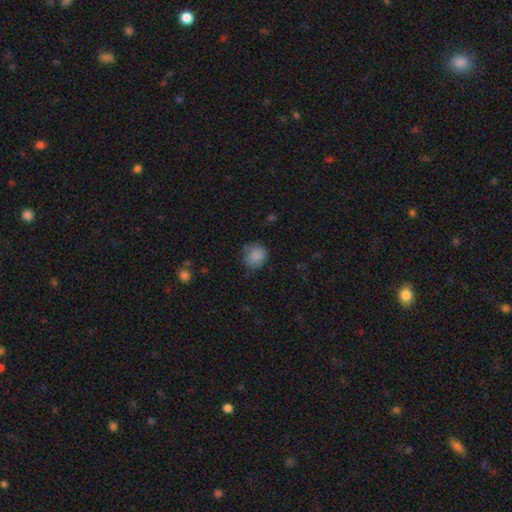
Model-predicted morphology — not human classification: This appears to be a smooth galaxy with no disk features (85%) that is round (77%). Merging: none (68%).